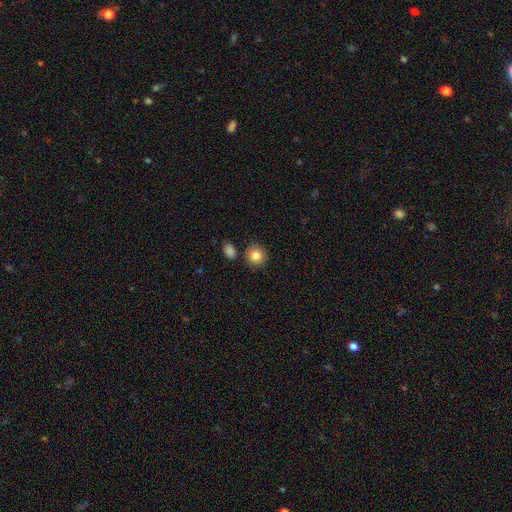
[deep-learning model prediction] smooth-or-featured: smooth: 85% | star or artifact: 9% | featured or disk: 6%
  how-rounded: round: 87% | in between: 12% | cigar-shaped: 1%
  merging: none: 84% | minor disturbance: 8% | merger: 5% | major disturbance: 2%